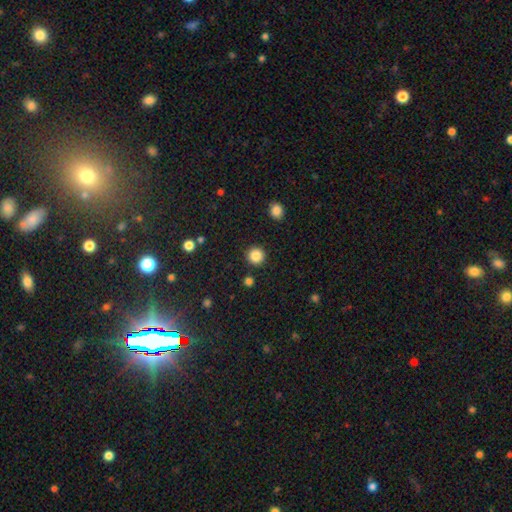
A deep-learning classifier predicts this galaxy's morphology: Smooth or featured: smooth — 86% (star or artifact — 10%)
How rounded: round — 95% (in between — 4%)
Merging: none — 92% (minor disturbance — 5%)